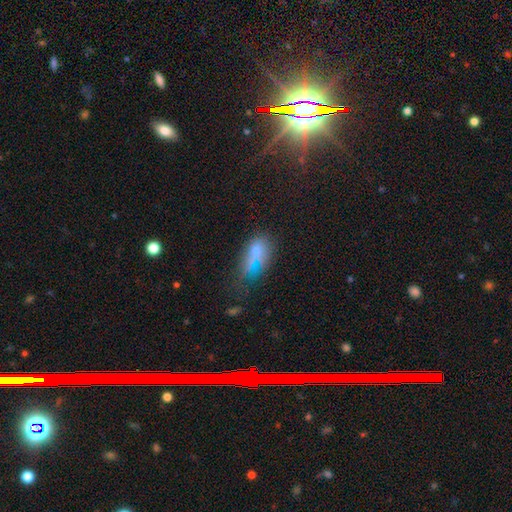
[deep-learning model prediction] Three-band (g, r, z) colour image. It shows a smooth galaxy with no disk features (58%) that is in between round and cigar-shaped (79%). Merging: none (38%).